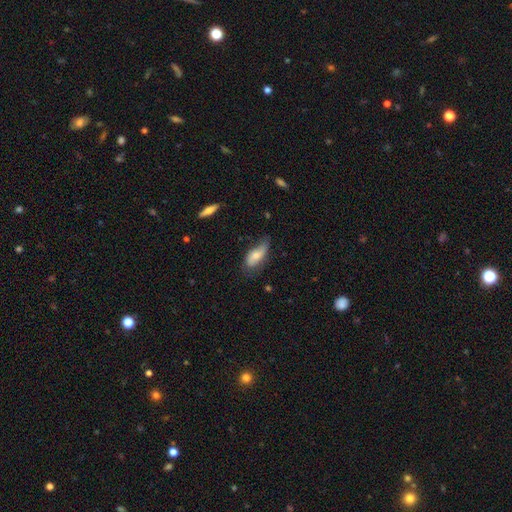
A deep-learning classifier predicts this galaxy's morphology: The model was most divided on "merging": none: 48%, minor disturbance: 37%, major disturbance: 12%, merger: 2%. More confident: how rounded — in between (84%); smooth or featured — smooth (60%).